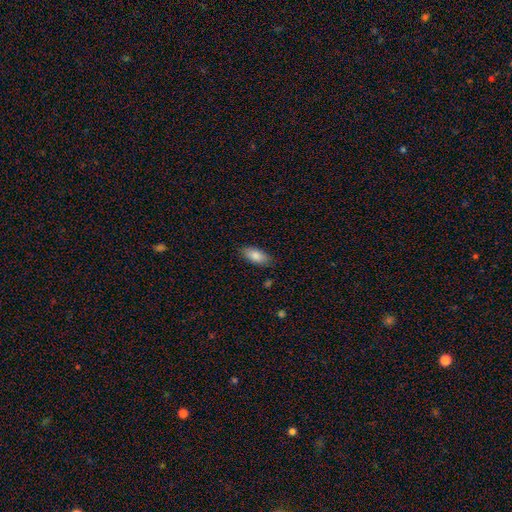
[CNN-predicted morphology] smooth-or-featured: smooth: 84% | featured or disk: 9% | star or artifact: 7%
  how-rounded: in between: 88% | cigar-shaped: 10% | round: 2%
  merging: none: 84% | minor disturbance: 12% | major disturbance: 3% | merger: 1%